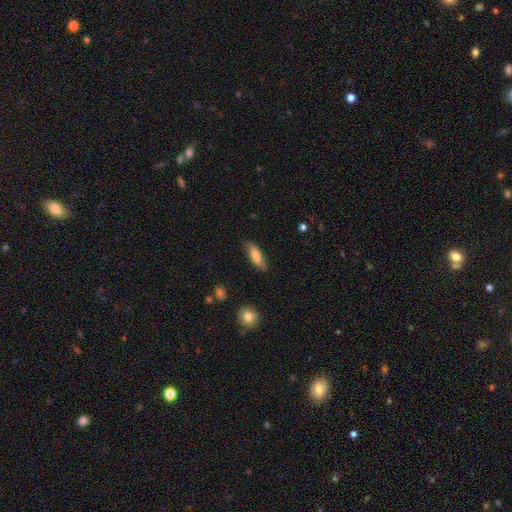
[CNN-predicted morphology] Smooth or featured: smooth — 73% (featured or disk — 21%)
How rounded: in between — 52% (cigar-shaped — 46%)
Merging: none — 80% (minor disturbance — 15%)